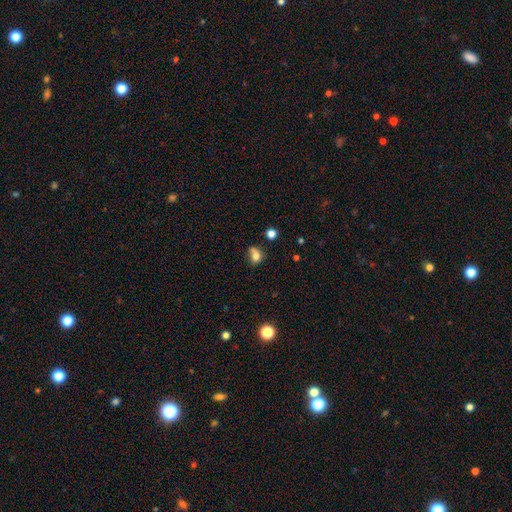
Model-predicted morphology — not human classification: This appears to be a smooth galaxy with no disk features (74%) that is round (53%). Merging: none (40%).